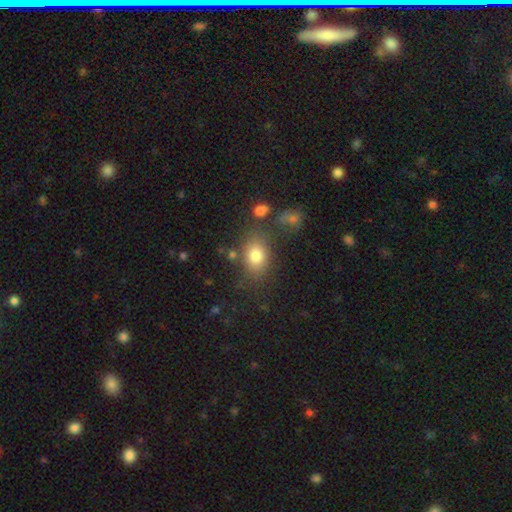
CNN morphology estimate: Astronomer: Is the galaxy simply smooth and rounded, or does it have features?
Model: smooth — 79%.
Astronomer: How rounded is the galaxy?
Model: in between — 73%.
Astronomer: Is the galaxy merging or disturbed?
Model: none — 70%.